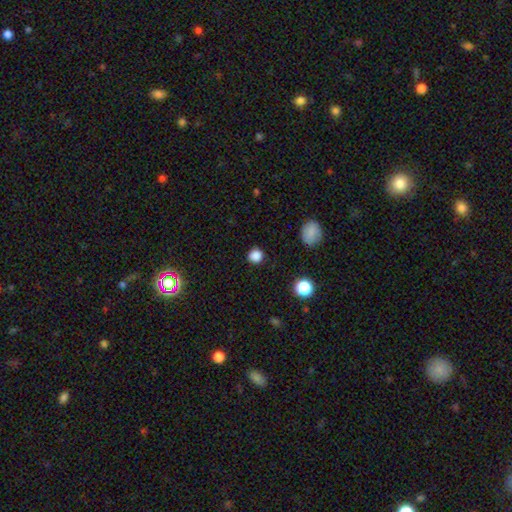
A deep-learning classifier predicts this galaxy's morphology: Smooth or featured? smooth (83%)
How rounded? round (88%)
Merging? none (88%)